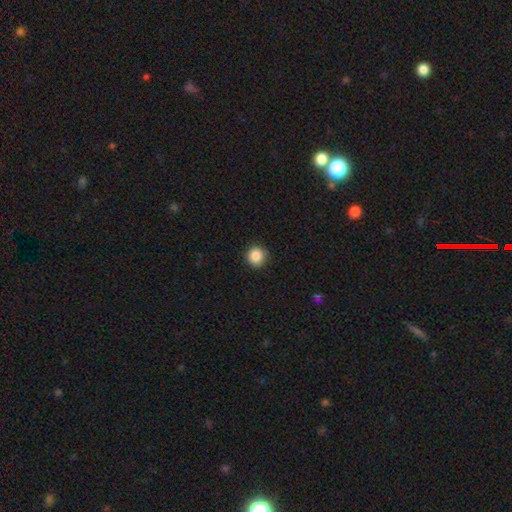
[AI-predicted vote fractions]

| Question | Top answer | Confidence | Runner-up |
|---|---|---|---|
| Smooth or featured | smooth | 87% | star or artifact (10%) |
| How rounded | round | 93% | in between (6%) |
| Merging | none | 89% | minor disturbance (8%) |